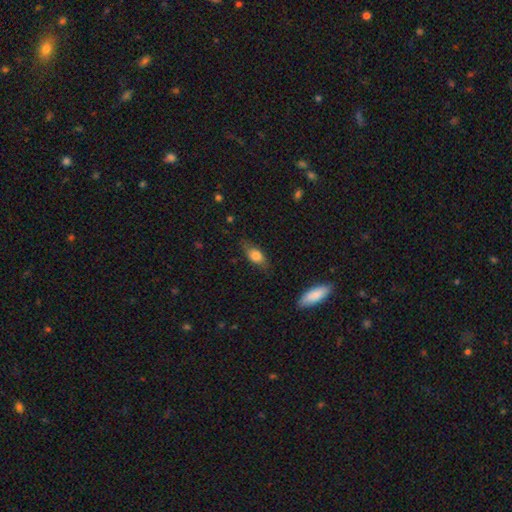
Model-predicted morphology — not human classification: A smooth galaxy with no disk features (73%) that is in between round and cigar-shaped (78%). Merging: none (70%).